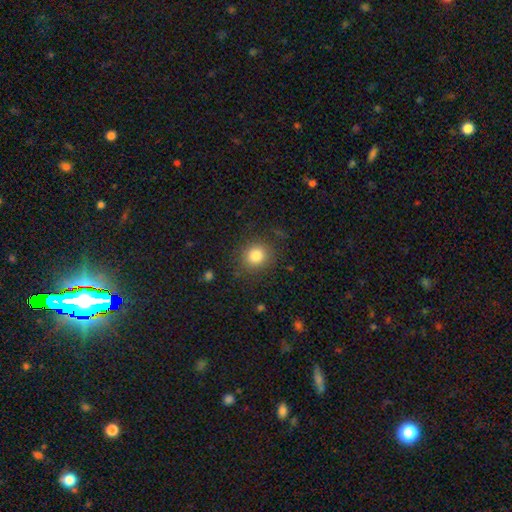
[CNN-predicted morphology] The model was most divided on "how rounded": round: 84%, in between: 15%, cigar-shaped: 1%. More confident: merging — none (85%); smooth or featured — smooth (82%).